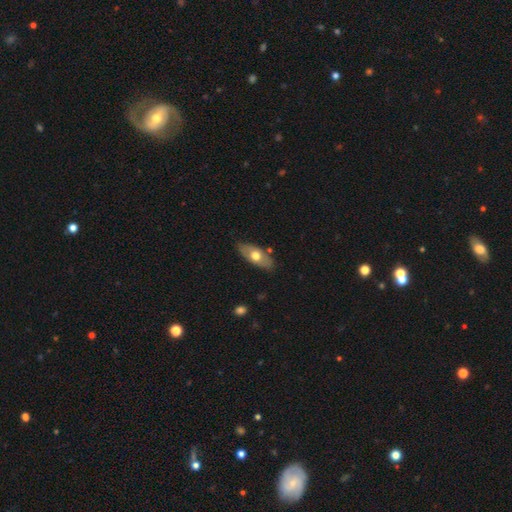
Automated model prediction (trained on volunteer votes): Smooth or featured?
  - smooth: 54% *
  - featured or disk: 40%
  - star or artifact: 5%
How rounded?
  - in between: 85% *
  - cigar-shaped: 11%
  - round: 4%
Merging?
  - none: 80% *
  - minor disturbance: 14%
  - major disturbance: 3%
  - merger: 2%